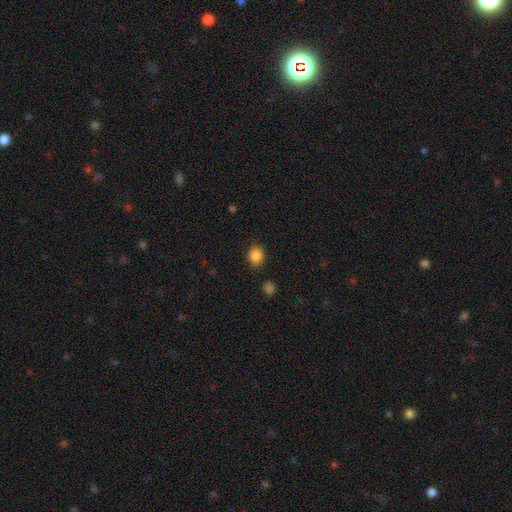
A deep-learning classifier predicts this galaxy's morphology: The model was most divided on "how rounded": round: 58%, in between: 41%, cigar-shaped: 1%. More confident: smooth or featured — smooth (86%); merging — none (86%).